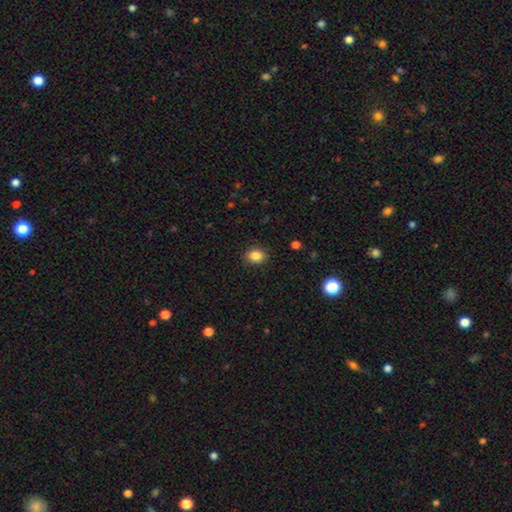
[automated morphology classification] smooth_or_featured: smooth (p=0.86) [alt: star or artifact p=0.10]
how_rounded: in between (p=0.59) [alt: round p=0.40]
merging: none (p=0.89) [alt: minor disturbance p=0.08]